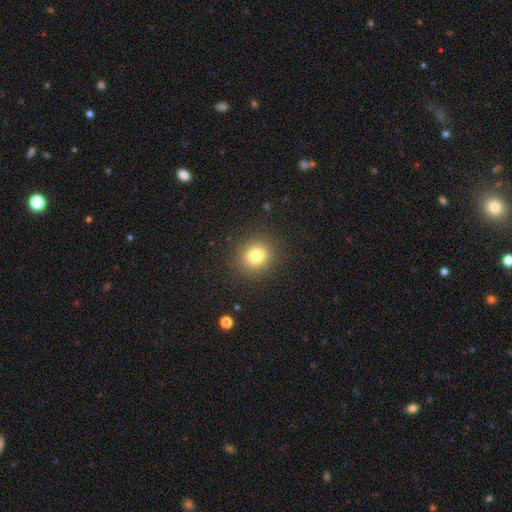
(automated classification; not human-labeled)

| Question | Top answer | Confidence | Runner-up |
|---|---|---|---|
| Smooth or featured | smooth | 79% | star or artifact (13%) |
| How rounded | round | 79% | in between (20%) |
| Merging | none | 89% | minor disturbance (7%) |